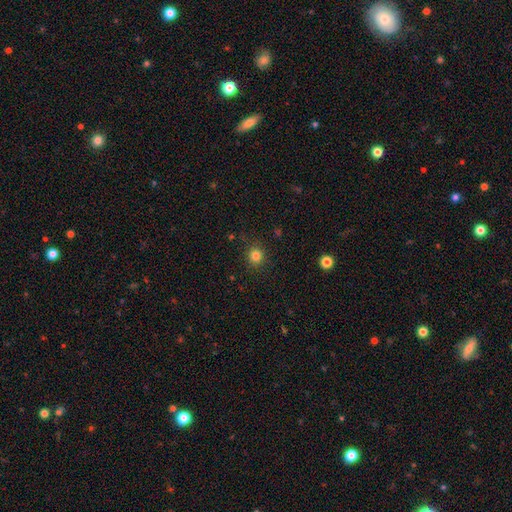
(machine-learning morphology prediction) A smooth galaxy with no disk features (82%) that is round (90%). Merging: none (90%).